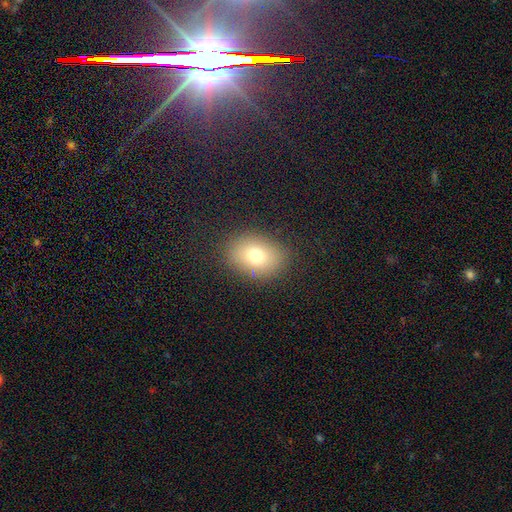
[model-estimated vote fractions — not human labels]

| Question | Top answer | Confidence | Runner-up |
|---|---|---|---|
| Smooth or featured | smooth | 75% | featured or disk (13%) |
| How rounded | in between | 67% | round (32%) |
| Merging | none | 86% | minor disturbance (9%) |